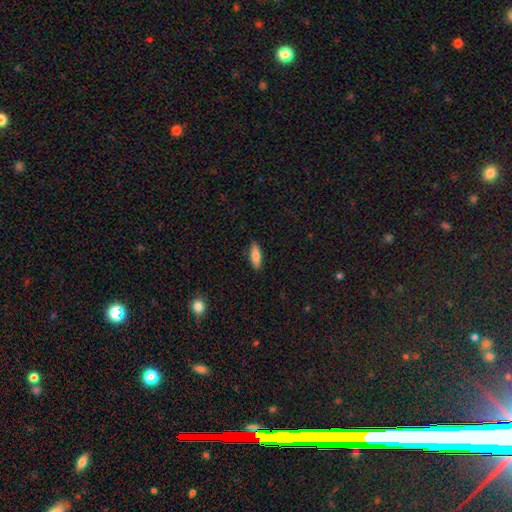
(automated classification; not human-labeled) smooth 78%, featured or disk 16%, star or artifact 6%. Down the decision tree: how rounded — in between (55%); merging — none (88%).